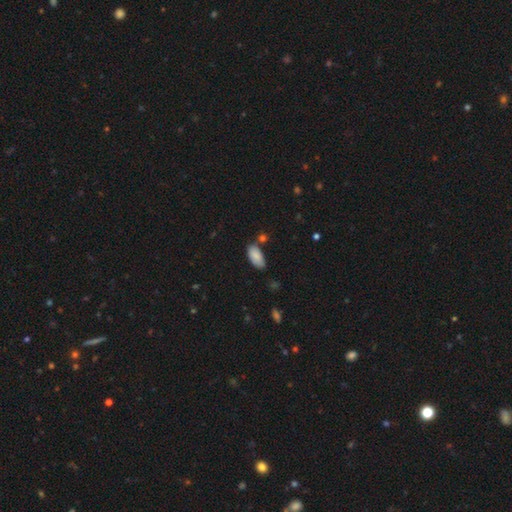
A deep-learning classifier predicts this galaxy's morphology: This is clearly a smooth galaxy (87%). How rounded: clearly in between (93%). Merging: likely none (63%).